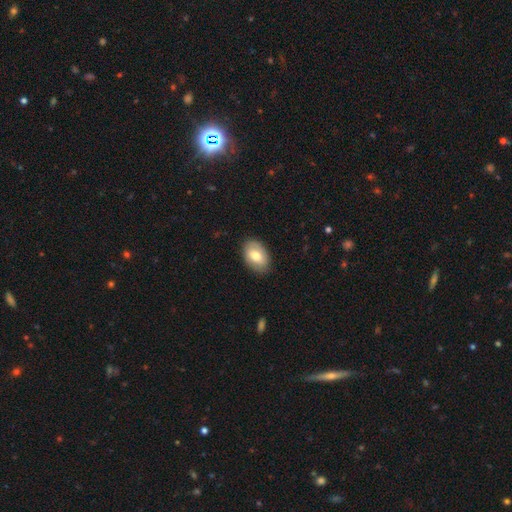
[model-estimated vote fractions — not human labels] This is likely a smooth galaxy (70%). How rounded: clearly in between (88%). Merging: clearly none (84%).